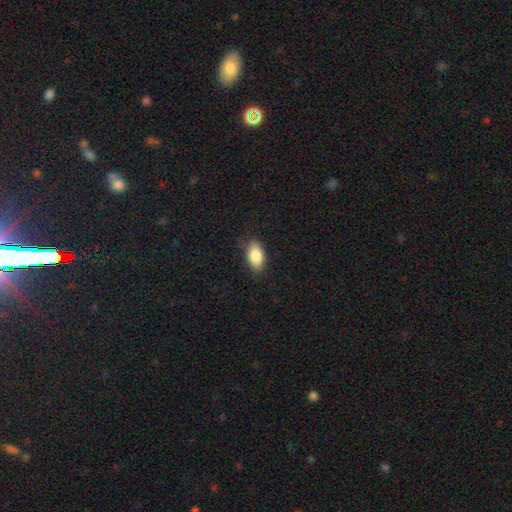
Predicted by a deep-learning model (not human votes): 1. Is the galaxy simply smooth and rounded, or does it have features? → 85% smooth, 8% featured or disk, 7% star or artifact.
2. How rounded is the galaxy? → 92% in between, 4% round, 4% cigar-shaped.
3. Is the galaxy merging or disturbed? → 76% none, 19% minor disturbance, 4% major disturbance, 1% merger.